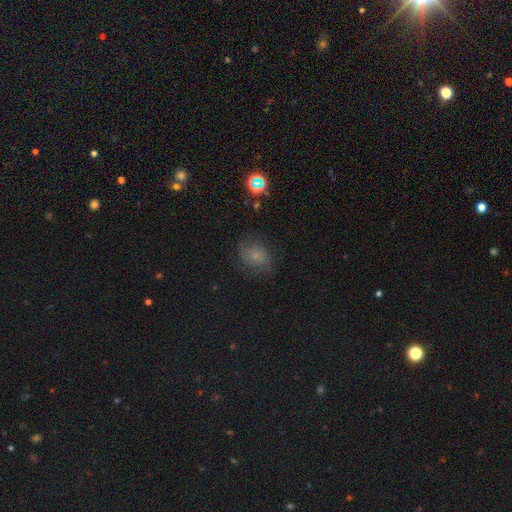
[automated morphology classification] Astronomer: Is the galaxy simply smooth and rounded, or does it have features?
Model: smooth — 55%.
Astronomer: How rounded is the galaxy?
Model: round — 58% (runner-up: in between, 41%).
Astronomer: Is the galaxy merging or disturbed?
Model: none — 67%.